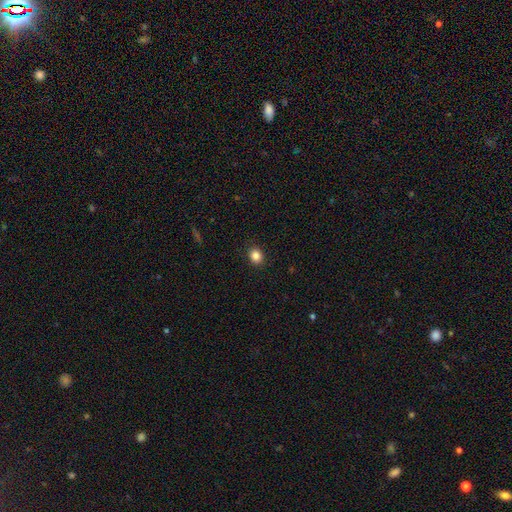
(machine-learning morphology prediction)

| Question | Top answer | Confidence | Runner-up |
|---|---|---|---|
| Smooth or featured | smooth | 85% | star or artifact (11%) |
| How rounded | round | 65% | in between (34%) |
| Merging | none | 90% | minor disturbance (7%) |